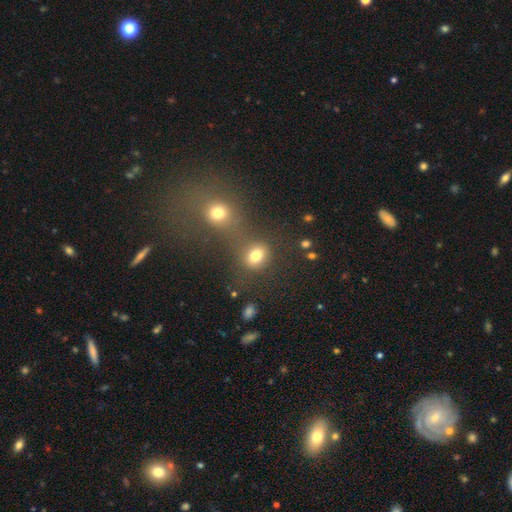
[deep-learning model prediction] A smooth galaxy with no disk features (76%) that is round (58%).

Vote fractions:
- Smooth or featured? smooth: 76% / star or artifact: 16% / featured or disk: 9%
- How rounded? round: 58% / in between: 41% / cigar-shaped: 1%
- Merging? none: 54% / merger: 29% / minor disturbance: 10% / major disturbance: 6%